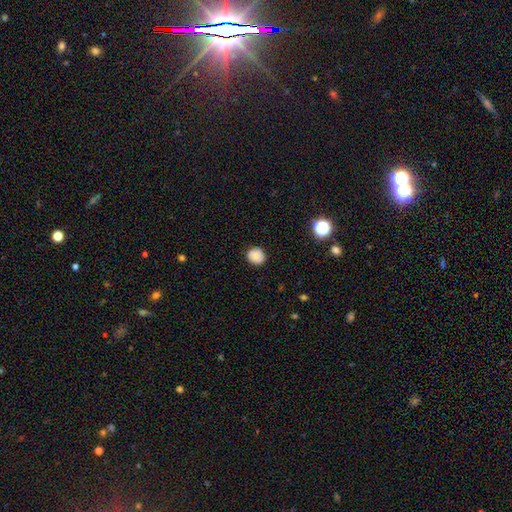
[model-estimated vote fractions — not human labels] Smooth or featured? smooth (84%)
How rounded? round (83%)
Merging? none (87%)